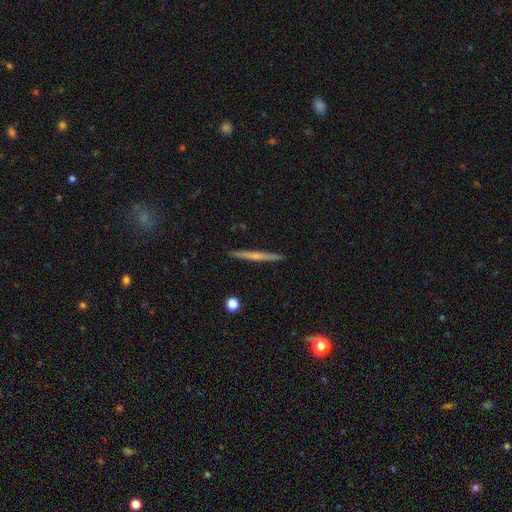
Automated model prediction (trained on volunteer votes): smooth-or-featured: featured or disk: 53% | smooth: 41% | star or artifact: 6%
  disk-edge-on: yes: 98% | no: 2%
    edge-on-bulge: none: 60% | rounded: 34% | boxy: 7%
  merging: none: 92% | minor disturbance: 5% | major disturbance: 1% | merger: 1%